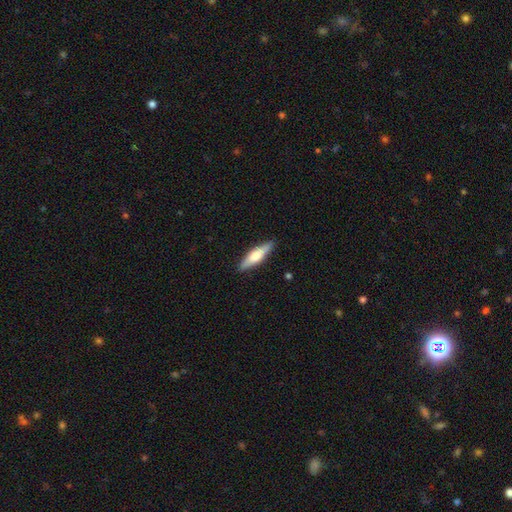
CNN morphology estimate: Smooth or featured: smooth — 55% (featured or disk — 40%)
How rounded: cigar-shaped — 66% (in between — 32%)
Merging: none — 89% (minor disturbance — 9%)